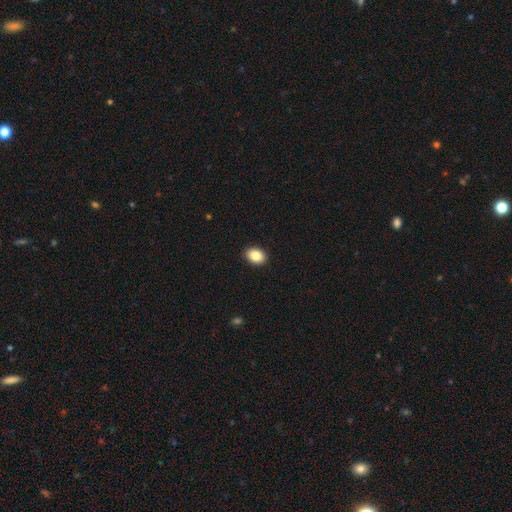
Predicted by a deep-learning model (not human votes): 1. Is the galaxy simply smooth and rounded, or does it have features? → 86% smooth, 8% star or artifact, 6% featured or disk.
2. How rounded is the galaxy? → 73% in between, 26% round, 1% cigar-shaped.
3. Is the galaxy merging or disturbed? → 91% none, 6% minor disturbance, 2% major disturbance, 1% merger.